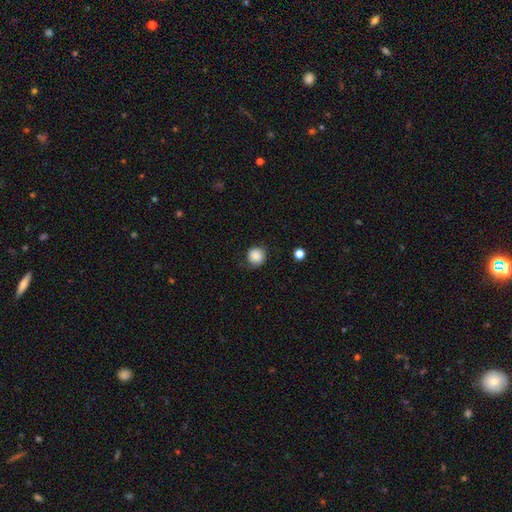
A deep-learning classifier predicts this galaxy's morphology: Smooth or featured? Predicted: smooth (p=0.85). How rounded? Predicted: round (p=0.91). Merging? Predicted: none (p=0.76).